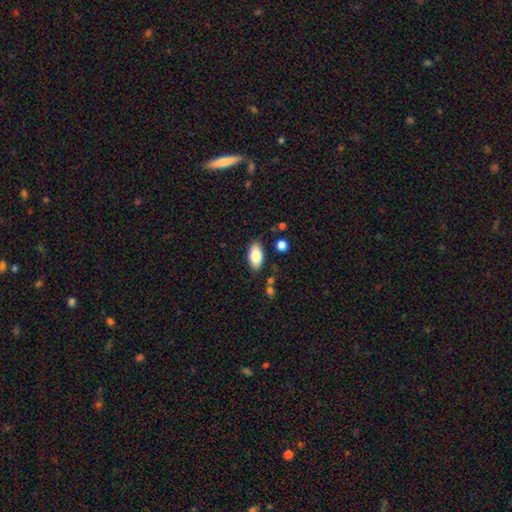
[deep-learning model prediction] A smooth galaxy with no disk features (81%) that is in between round and cigar-shaped (93%). Merging: none (85%).